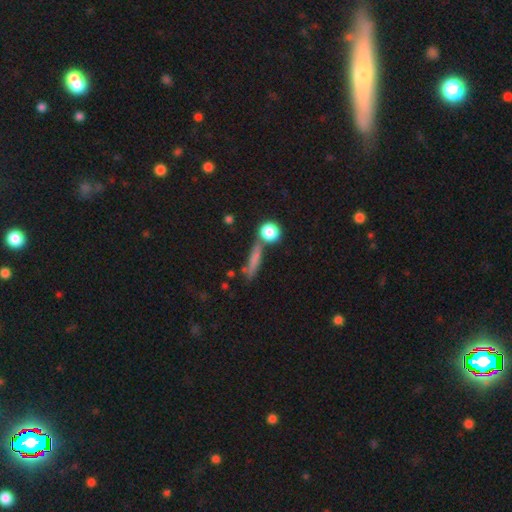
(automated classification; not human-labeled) Overall: smooth (66%). How rounded: cigar-shaped (69%). Merging: none (68%).